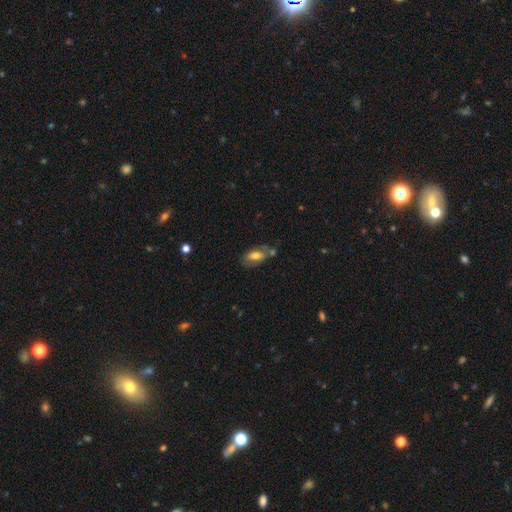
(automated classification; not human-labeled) This appears to be a smooth galaxy with no disk features (56%) that is in between round and cigar-shaped (87%). Merging: none (49%).